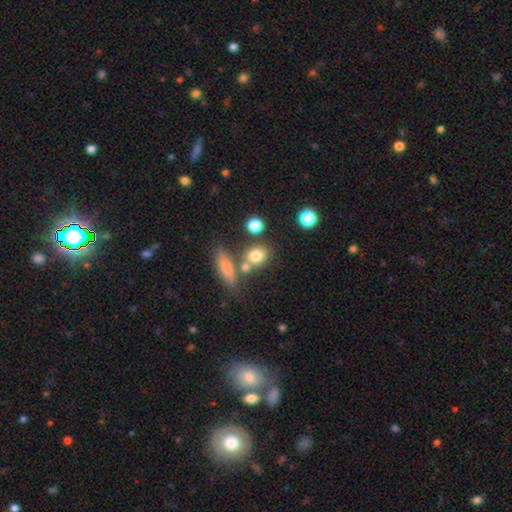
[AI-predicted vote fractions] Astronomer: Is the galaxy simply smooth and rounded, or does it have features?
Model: smooth — 77%.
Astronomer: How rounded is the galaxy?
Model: round — 55% (runner-up: in between, 41%).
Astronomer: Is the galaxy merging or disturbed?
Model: none — 58%.